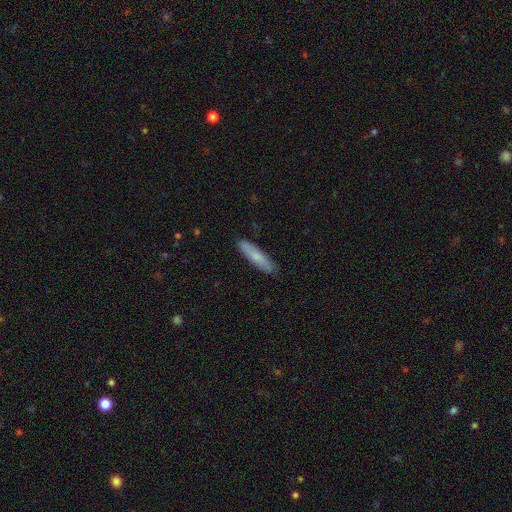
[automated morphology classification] smooth-or-featured: smooth: 76% | featured or disk: 19% | star or artifact: 5%
  how-rounded: cigar-shaped: 79% | in between: 19% | round: 1%
  merging: none: 88% | minor disturbance: 9% | major disturbance: 2% | merger: 1%